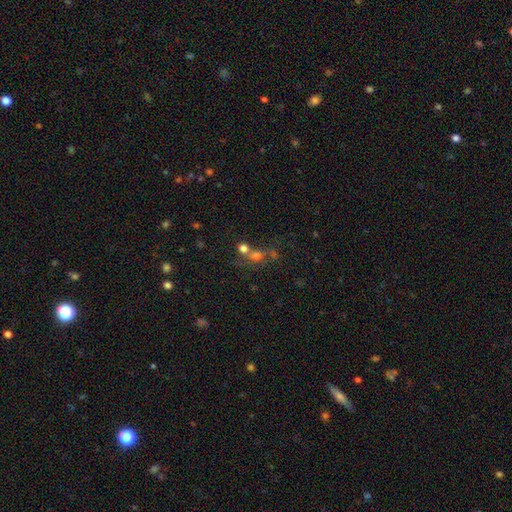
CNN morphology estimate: smooth 51%, star or artifact 30%, featured or disk 20%. Down the decision tree: how rounded — round (68%); merging — merger (44%).